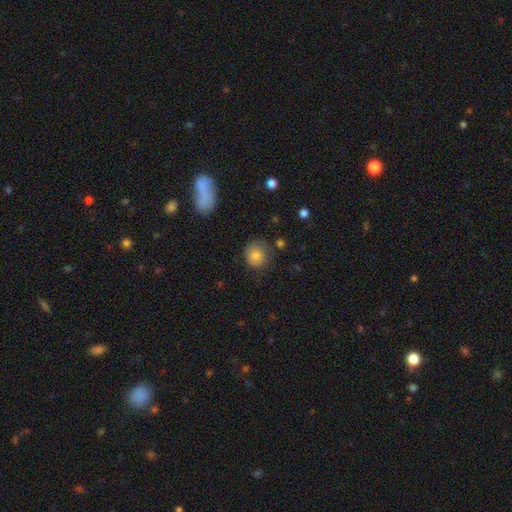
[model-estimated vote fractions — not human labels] Overall: smooth (80%). How rounded: round (83%). Merging: none (69%).